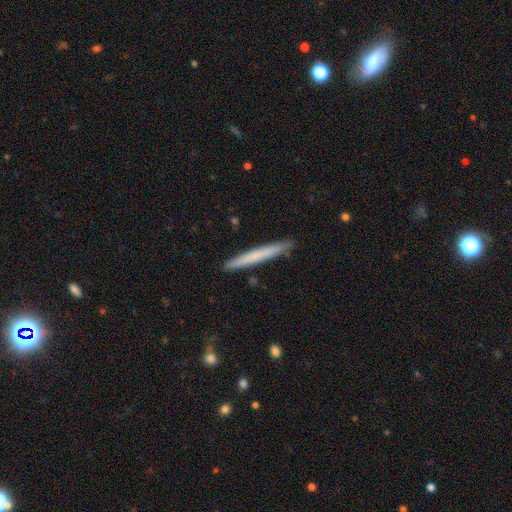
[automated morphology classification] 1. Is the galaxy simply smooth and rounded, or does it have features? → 65% smooth, 30% featured or disk, 5% star or artifact.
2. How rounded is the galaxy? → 97% cigar-shaped, 2% in between, 1% round.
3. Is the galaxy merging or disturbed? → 91% none, 6% minor disturbance, 1% merger, 1% major disturbance.